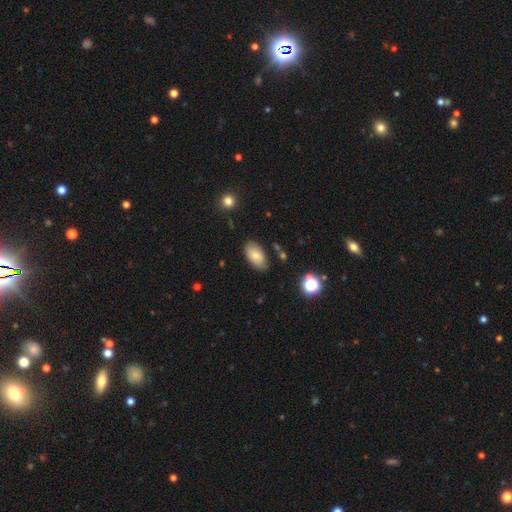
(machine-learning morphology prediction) Smooth or featured? Predicted: smooth (p=0.74). How rounded? Predicted: in between (p=0.94). Merging? Predicted: none (p=0.79).